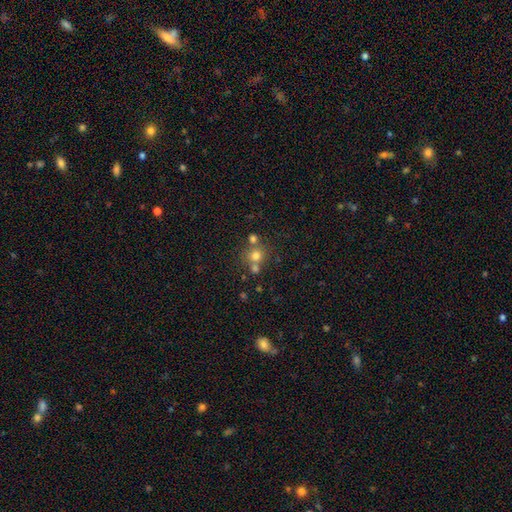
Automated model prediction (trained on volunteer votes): Overall: smooth (73%). How rounded: round (88%). Merging: none (57%; merger 31%).